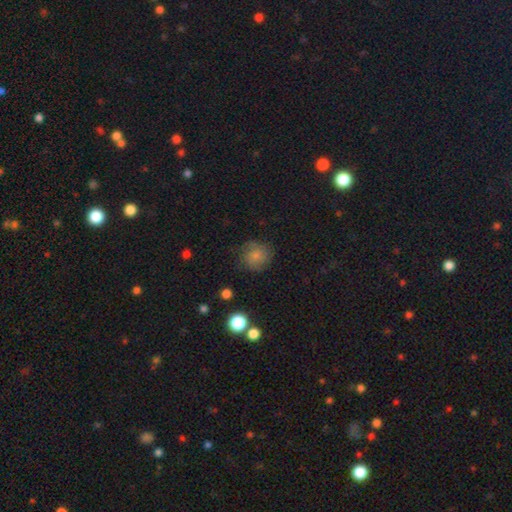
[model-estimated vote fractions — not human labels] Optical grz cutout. It shows a smooth galaxy with no disk features (72%) that is round (85%). Merging: none (71%).